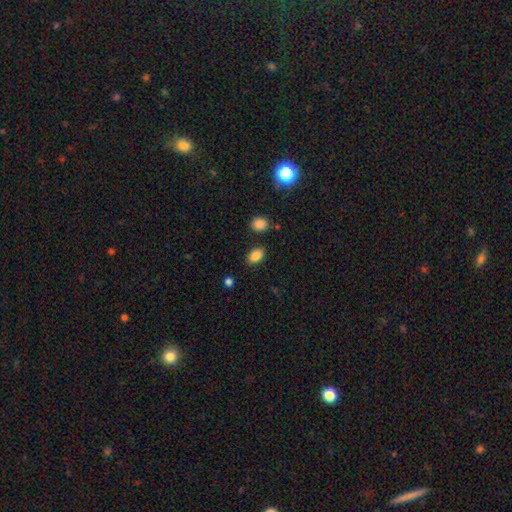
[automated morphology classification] This is clearly a smooth galaxy (86%). How rounded: clearly in between (86%). Merging: clearly none (84%).